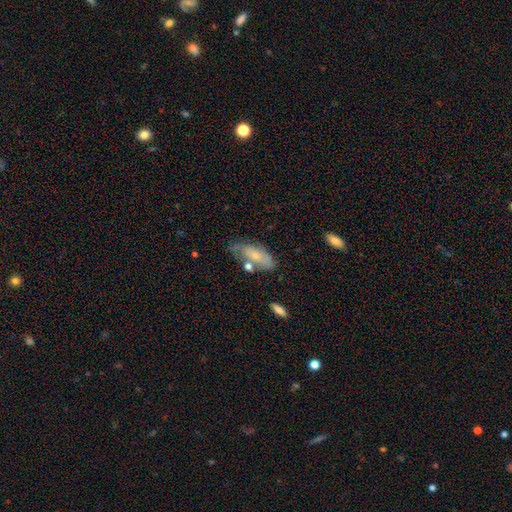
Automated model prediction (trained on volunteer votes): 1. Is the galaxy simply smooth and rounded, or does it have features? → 60% smooth, 33% featured or disk, 7% star or artifact.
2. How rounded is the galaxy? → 76% in between, 21% cigar-shaped, 3% round.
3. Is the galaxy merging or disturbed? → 48% none, 28% minor disturbance, 12% merger, 12% major disturbance.